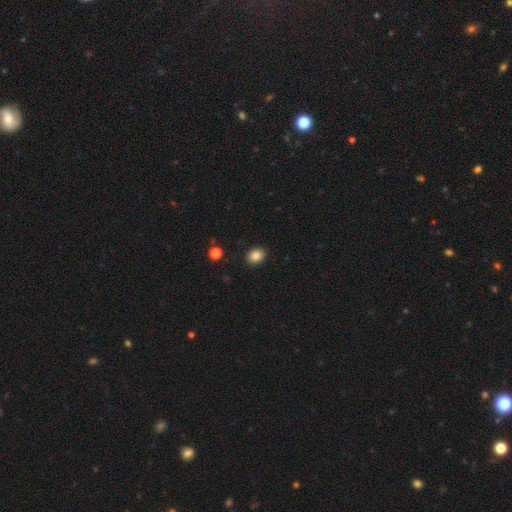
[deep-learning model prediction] Smooth or featured? Predicted: smooth (p=0.85). How rounded? Predicted: in between (p=0.59). Merging? Predicted: none (p=0.89).